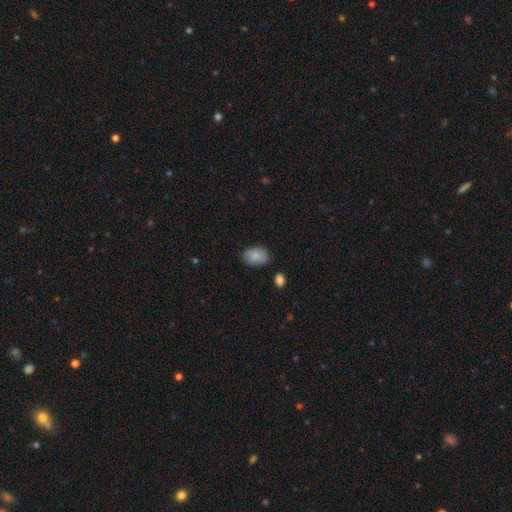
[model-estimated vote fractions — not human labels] A smooth galaxy with no disk features (85%) that is in between round and cigar-shaped (84%). Merging: none (78%).